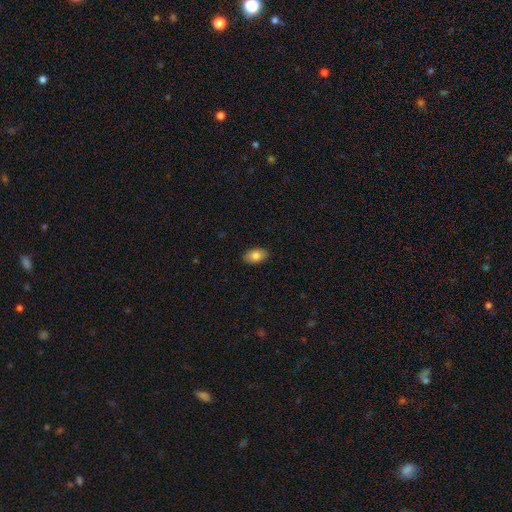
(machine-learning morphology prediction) Smooth or featured?
  - smooth: 84% *
  - featured or disk: 8%
  - star or artifact: 8%
How rounded?
  - in between: 90% *
  - round: 9%
  - cigar-shaped: 1%
Merging?
  - none: 89% *
  - minor disturbance: 8%
  - major disturbance: 2%
  - merger: 1%